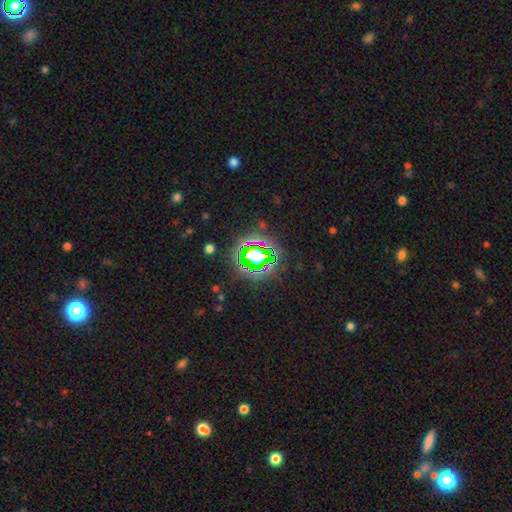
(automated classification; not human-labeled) This is likely a star or artifact rather than a galaxy (70%).